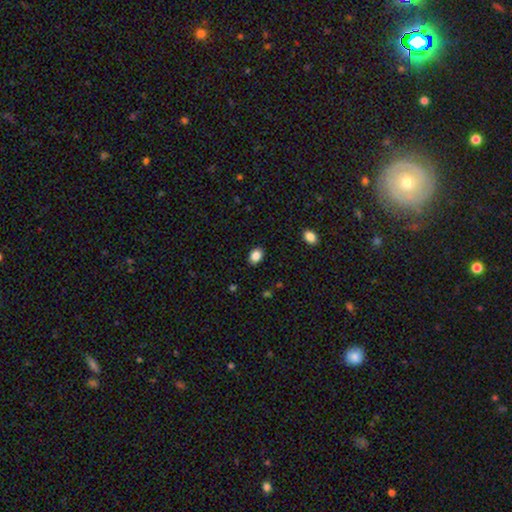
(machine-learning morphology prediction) This is clearly a smooth galaxy (87%). How rounded: likely in between (71%). Merging: clearly none (88%).